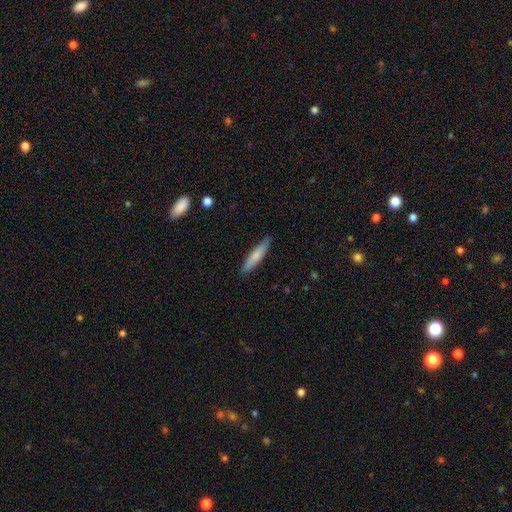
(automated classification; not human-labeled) The model was most divided on "smooth or featured": smooth: 74%, featured or disk: 20%, star or artifact: 5%. More confident: merging — none (85%); how rounded — cigar-shaped (81%).